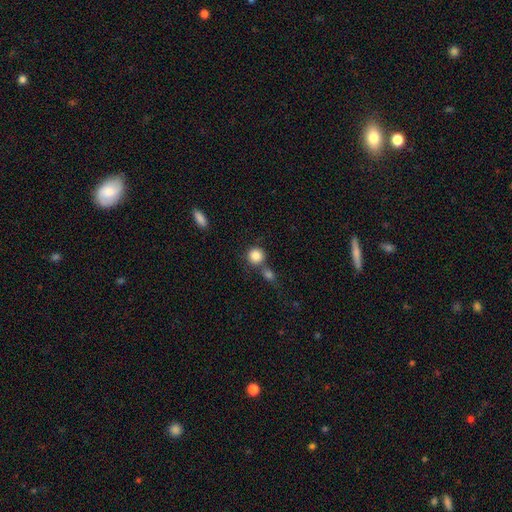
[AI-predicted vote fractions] Smooth or featured? smooth (86%)
How rounded? round (89%)
Merging? none (60%)